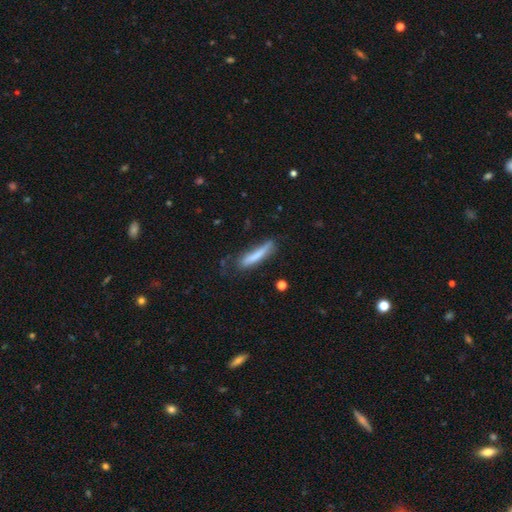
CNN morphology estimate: smooth_or_featured: smooth (p=0.72) [alt: featured or disk p=0.21]
how_rounded: cigar-shaped (p=0.90) [alt: in between p=0.09]
merging: none (p=0.60) [alt: minor disturbance p=0.26]